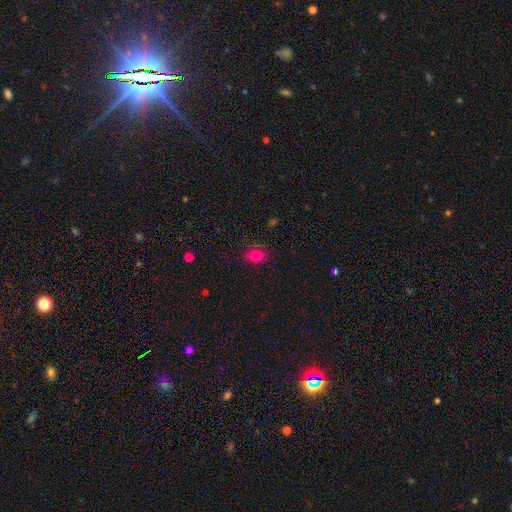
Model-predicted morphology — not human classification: Smooth or featured? Predicted: smooth (p=0.79). How rounded? Predicted: in between (p=0.65). Merging? Predicted: none (p=0.77).